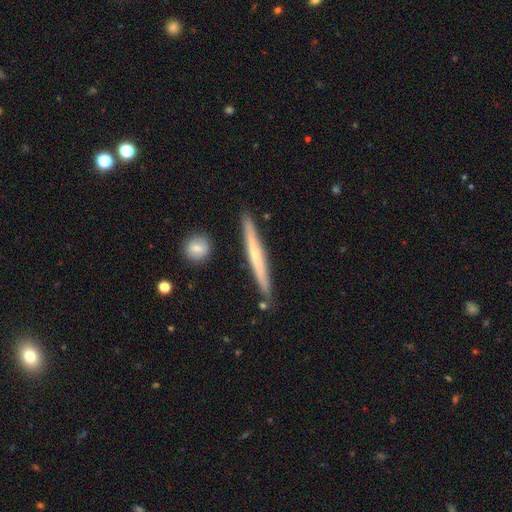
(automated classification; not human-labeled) Overall: featured or disk (56%; smooth 38%). Edge-on disk: yes (96%). Edge-on bulge: none (52%; rounded 43%). Merging: none (88%).